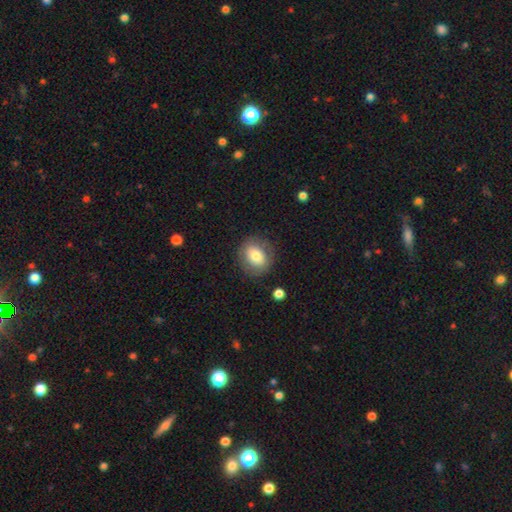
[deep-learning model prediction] A smooth galaxy with no disk features (75%) that is round (57%). Merging: none (82%).